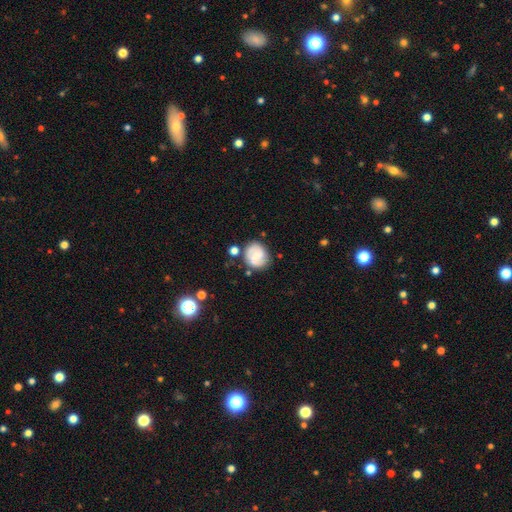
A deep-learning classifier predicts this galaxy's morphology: Smooth or featured?
  - featured or disk: 55% *
  - smooth: 37%
  - star or artifact: 8%
Edge-on disk?
  - no: 98% *
  - yes: 2%
Bar?
  - no: 45% *
  - weak: 43%
  - strong: 11%
Spiral arms?
  - yes: 88% *
  - no: 12%
Bulge size?
  - small: 49% *
  - none: 27%
  - moderate: 20%
  - large: 2%
  - dominant: 1%
Merging?
  - none: 70% *
  - minor disturbance: 17%
  - merger: 8%
  - major disturbance: 6%